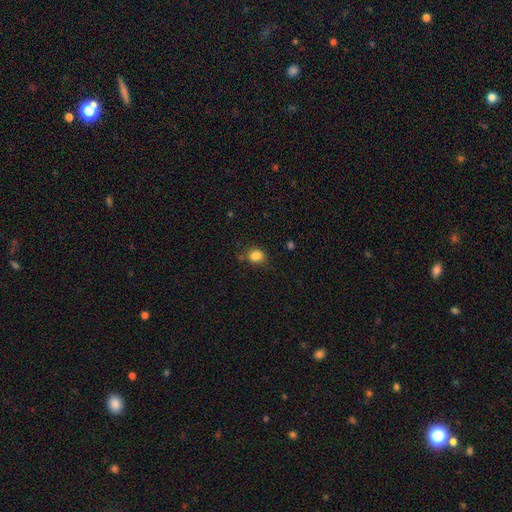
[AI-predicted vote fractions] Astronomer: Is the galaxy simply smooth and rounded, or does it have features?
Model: smooth — 84%.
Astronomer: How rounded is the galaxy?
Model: round — 55% (runner-up: in between, 44%).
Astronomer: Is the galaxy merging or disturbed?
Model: none — 68%.